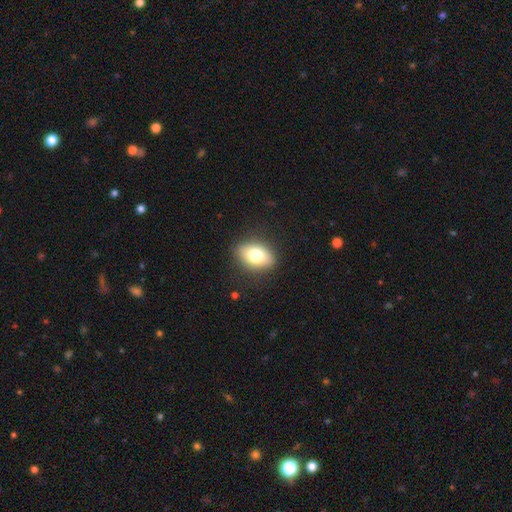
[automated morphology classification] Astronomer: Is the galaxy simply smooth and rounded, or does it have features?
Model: smooth — 75%.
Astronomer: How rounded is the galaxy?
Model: in between — 83%.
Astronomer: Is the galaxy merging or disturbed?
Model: none — 85%.